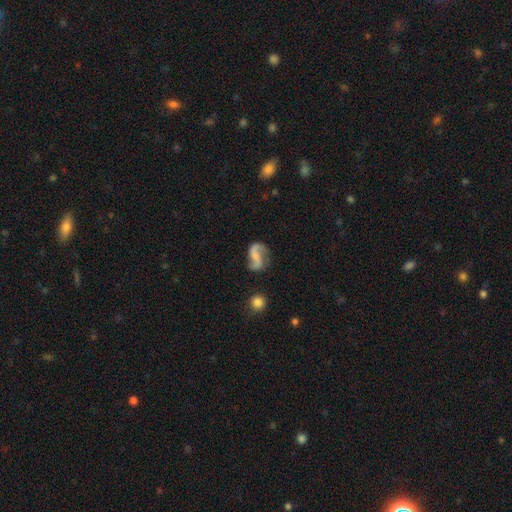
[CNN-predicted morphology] This appears to be a featured or disk galaxy (83%) with no bar (42%), 2 (91%) loose (72%) spiral arms (95%) and no central bulge (51%). Merging: none (69%).